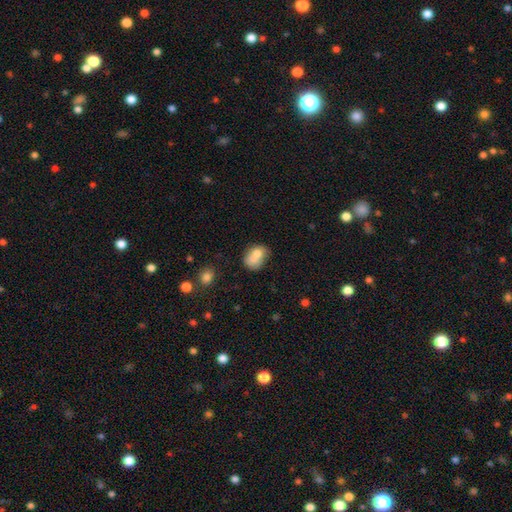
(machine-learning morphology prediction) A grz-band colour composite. It shows a smooth galaxy with no disk features (74%) that is in between round and cigar-shaped (63%). Merging: merger (39%).